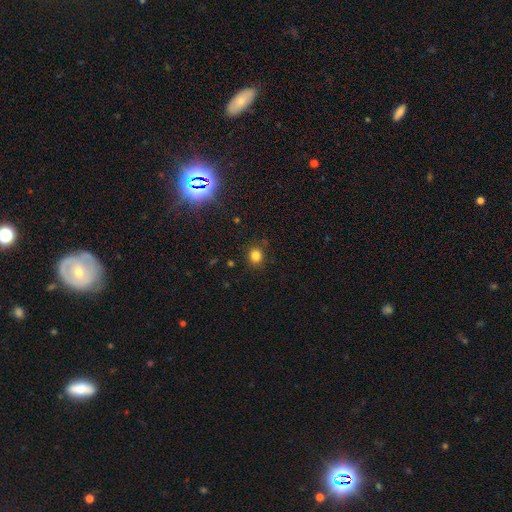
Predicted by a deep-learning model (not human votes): A smooth galaxy with no disk features (81%) that is round (81%).

Vote fractions:
- Smooth or featured? smooth: 81% / star or artifact: 14% / featured or disk: 5%
- How rounded? round: 81% / in between: 18% / cigar-shaped: 1%
- Merging? none: 86% / minor disturbance: 10% / major disturbance: 3% / merger: 2%